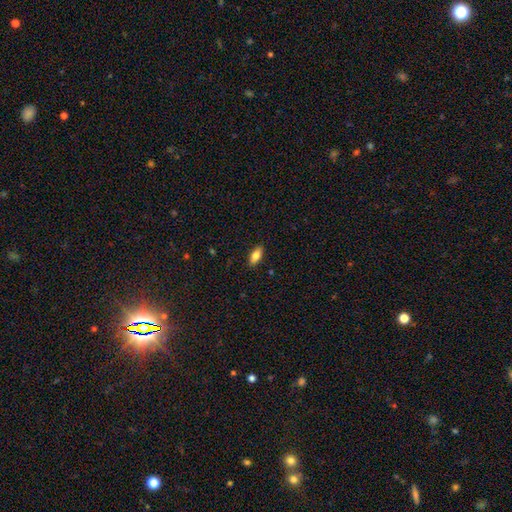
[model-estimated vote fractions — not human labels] This is likely a smooth galaxy (78%). How rounded: clearly in between (84%). Merging: clearly none (88%).